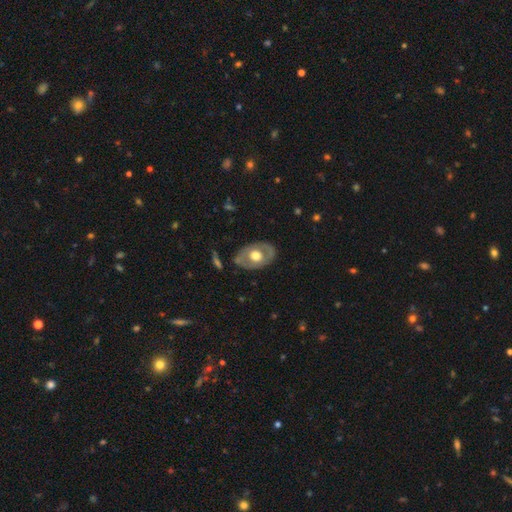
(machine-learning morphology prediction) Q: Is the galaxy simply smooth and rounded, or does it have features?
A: featured or disk — 52%.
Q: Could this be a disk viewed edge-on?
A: no — 89%.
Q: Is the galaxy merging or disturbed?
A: none — 79%.